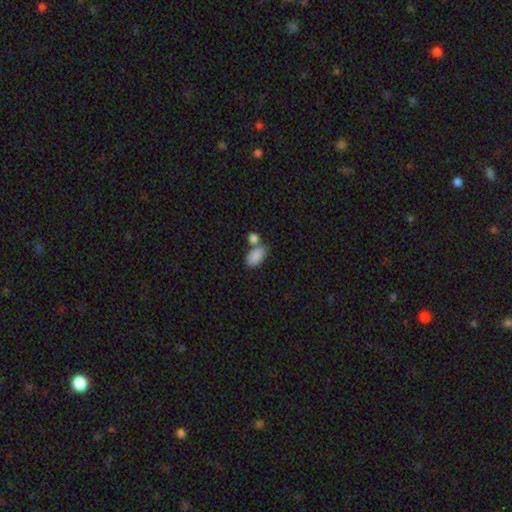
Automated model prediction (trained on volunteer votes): Smooth or featured?
  - smooth: 87% *
  - star or artifact: 7%
  - featured or disk: 6%
How rounded?
  - in between: 92% *
  - round: 5%
  - cigar-shaped: 3%
Merging?
  - none: 49% *
  - merger: 32%
  - minor disturbance: 13%
  - major disturbance: 5%